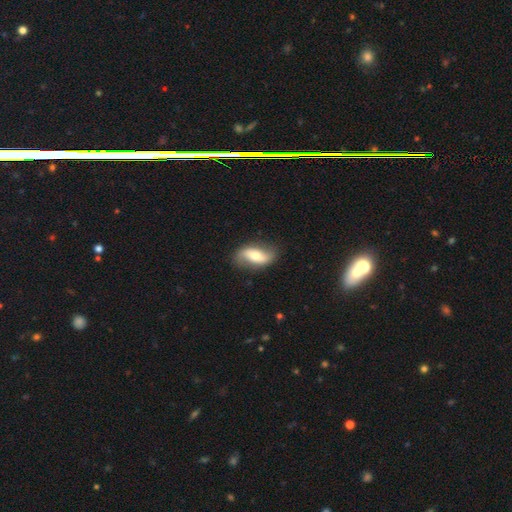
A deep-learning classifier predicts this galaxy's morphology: This is possibly a featured or disk galaxy (54%). It is clearly not viewed edge-on (87%). Merging: likely none (78%).